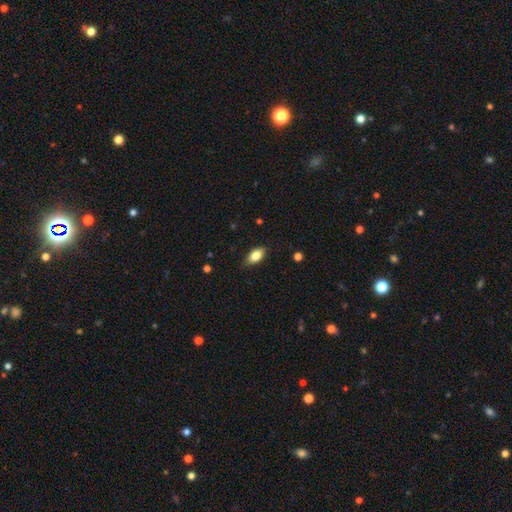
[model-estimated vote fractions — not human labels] Smooth or featured?
  - smooth: 82% *
  - featured or disk: 10%
  - star or artifact: 8%
How rounded?
  - in between: 89% *
  - cigar-shaped: 6%
  - round: 5%
Merging?
  - none: 83% *
  - minor disturbance: 14%
  - major disturbance: 2%
  - merger: 1%